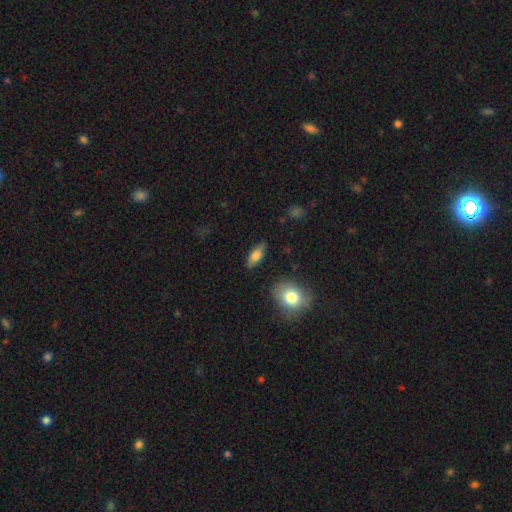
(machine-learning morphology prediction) type=smooth (74%); roundness=in between (76%); merging=none (85%).